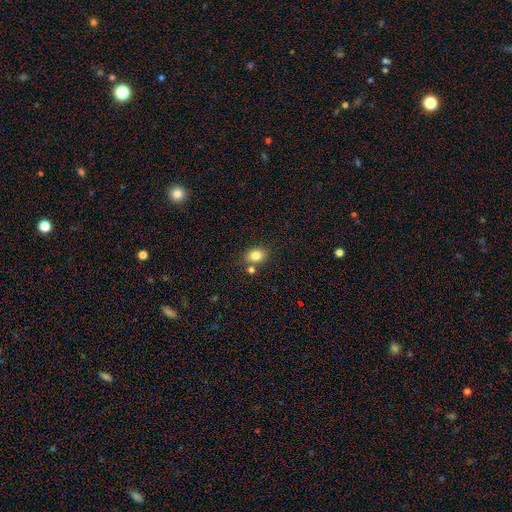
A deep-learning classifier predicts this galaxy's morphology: Q: Smooth or featured?
A: smooth (83%); runner-up: star or artifact (10%)
Q: How rounded?
A: in between (60%); runner-up: round (39%)
Q: Merging?
A: none (71%); runner-up: merger (14%)